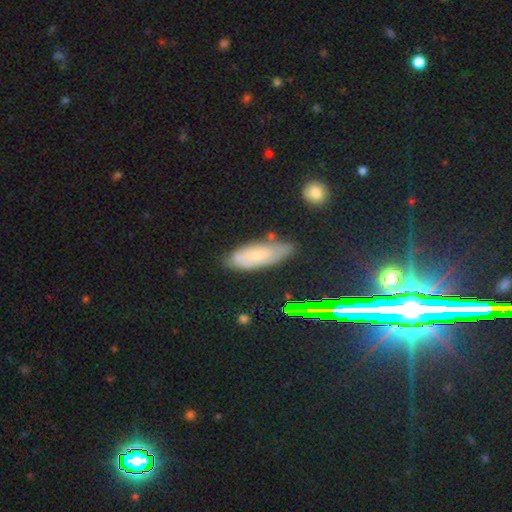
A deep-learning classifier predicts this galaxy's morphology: This appears to be a smooth galaxy with no disk features (51%) that is in between round and cigar-shaped (69%). Merging: none (67%).